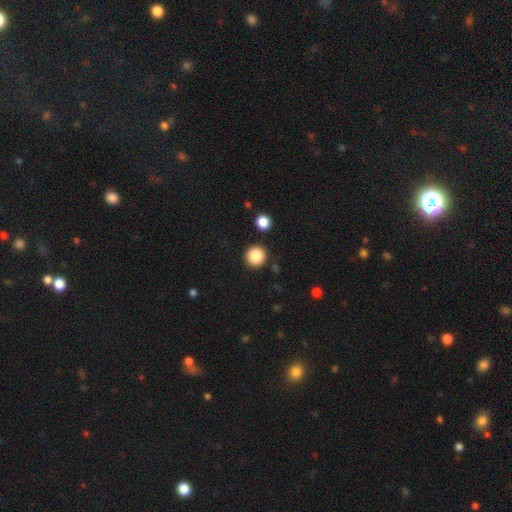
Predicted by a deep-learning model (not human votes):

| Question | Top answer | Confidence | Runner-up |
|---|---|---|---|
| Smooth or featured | smooth | 86% | star or artifact (9%) |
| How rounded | round | 94% | in between (5%) |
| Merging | none | 89% | minor disturbance (6%) |